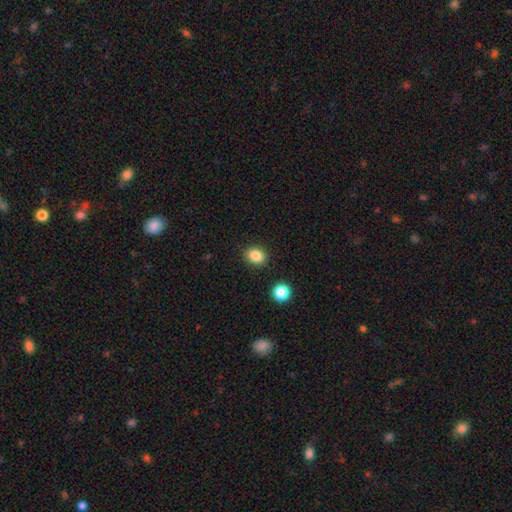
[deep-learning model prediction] Morphology: type=smooth (85%); roundness=in between (52%); merging=none (88%).